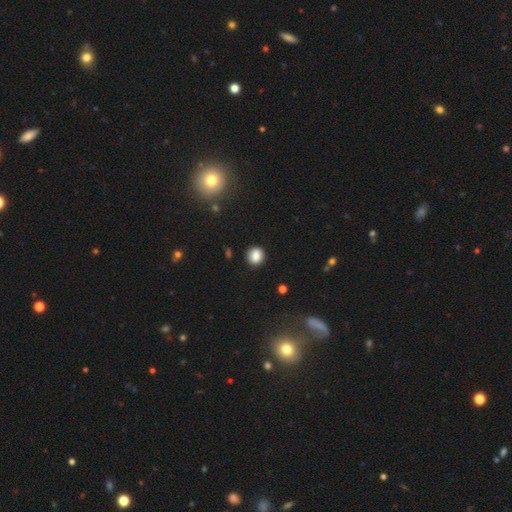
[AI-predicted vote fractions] A smooth galaxy with no disk features (84%) that is round (77%).

Vote fractions:
- Smooth or featured? smooth: 84% / star or artifact: 10% / featured or disk: 6%
- How rounded? round: 77% / in between: 22% / cigar-shaped: 1%
- Merging? none: 86% / minor disturbance: 10% / major disturbance: 3% / merger: 2%